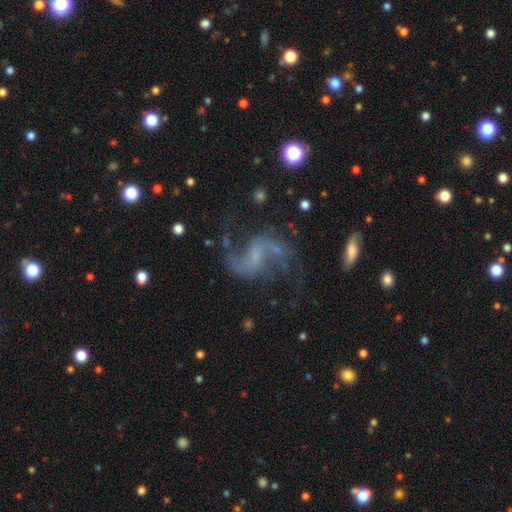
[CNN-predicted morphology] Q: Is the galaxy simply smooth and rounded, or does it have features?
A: featured or disk — 86%.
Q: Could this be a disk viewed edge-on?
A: no — 98%.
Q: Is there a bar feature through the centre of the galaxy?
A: weak — 47%.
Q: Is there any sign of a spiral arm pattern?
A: yes — 96%.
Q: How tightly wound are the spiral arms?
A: loose — 66%.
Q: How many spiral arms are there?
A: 2 — 92%.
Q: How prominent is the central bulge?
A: none — 47%.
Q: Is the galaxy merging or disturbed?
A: none — 67%.